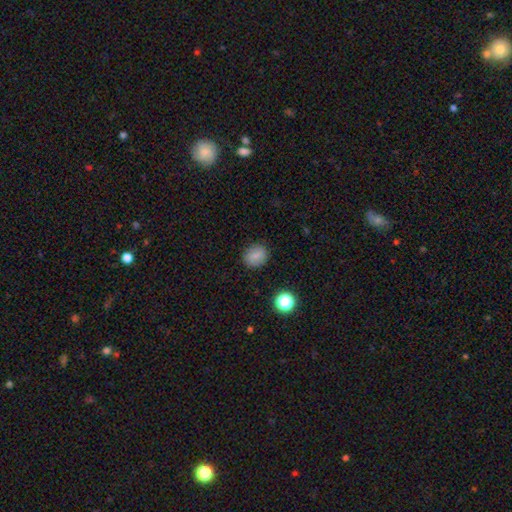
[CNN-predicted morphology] Smooth or featured: smooth — 79% (star or artifact — 11%)
How rounded: round — 72% (in between — 27%)
Merging: none — 87% (minor disturbance — 9%)